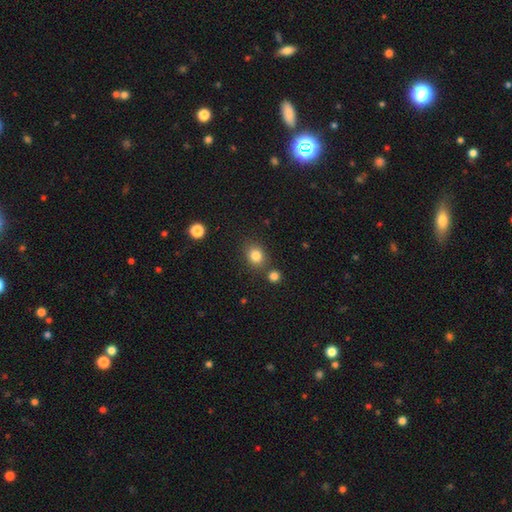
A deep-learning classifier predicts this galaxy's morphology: This appears to be a smooth galaxy with no disk features (83%) that is round (57%). Merging: none (74%).